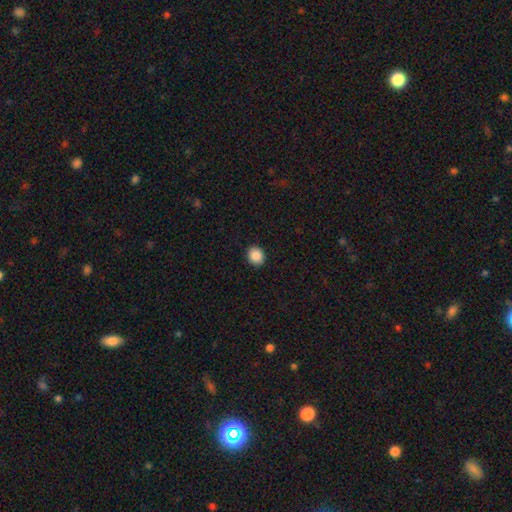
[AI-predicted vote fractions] Q: Smooth or featured?
A: smooth (88%); runner-up: star or artifact (9%)
Q: How rounded?
A: round (78%); runner-up: in between (21%)
Q: Merging?
A: none (92%); runner-up: minor disturbance (6%)